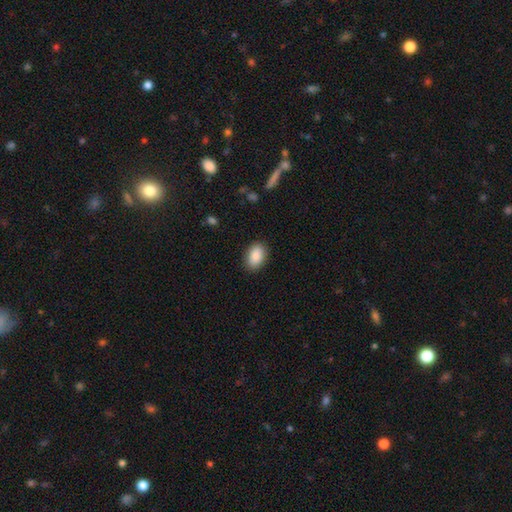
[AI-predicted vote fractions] smooth_or_featured: smooth (p=0.89) [alt: star or artifact p=0.07]
how_rounded: in between (p=0.90) [alt: round p=0.08]
merging: none (p=0.87) [alt: minor disturbance p=0.09]